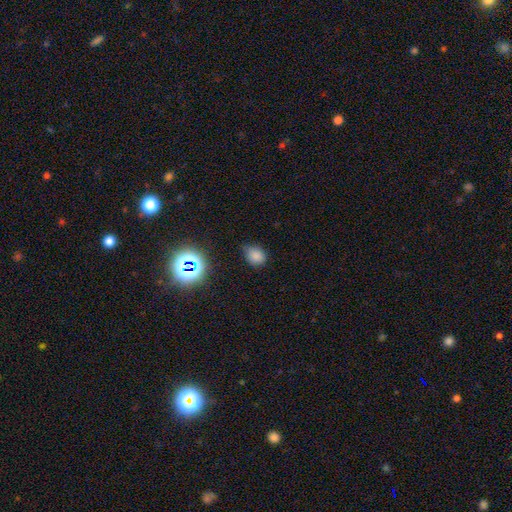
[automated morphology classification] Smooth or featured? smooth (76%)
How rounded? round (52%)
Merging? none (71%)